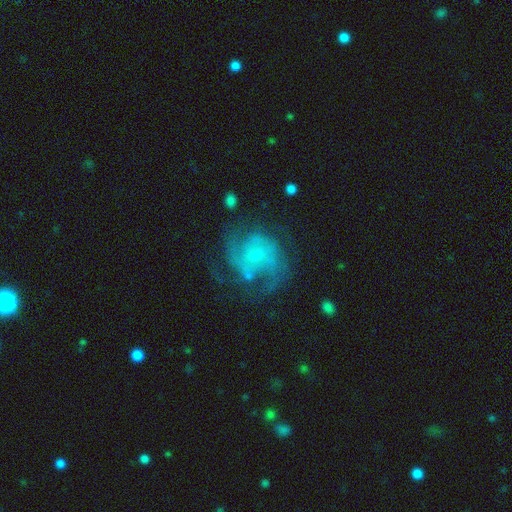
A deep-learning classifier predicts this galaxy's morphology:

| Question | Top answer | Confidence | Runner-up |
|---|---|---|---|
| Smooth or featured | featured or disk | 79% | smooth (13%) |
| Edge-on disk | no | 98% | yes (2%) |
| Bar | no | 58% | weak (36%) |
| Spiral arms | yes | 90% | no (10%) |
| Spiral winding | medium | 49% | tight (32%) |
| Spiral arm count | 2 | 33% | can't tell (25%) |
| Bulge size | small | 56% | moderate (22%) |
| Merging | none | 60% | minor disturbance (19%) |